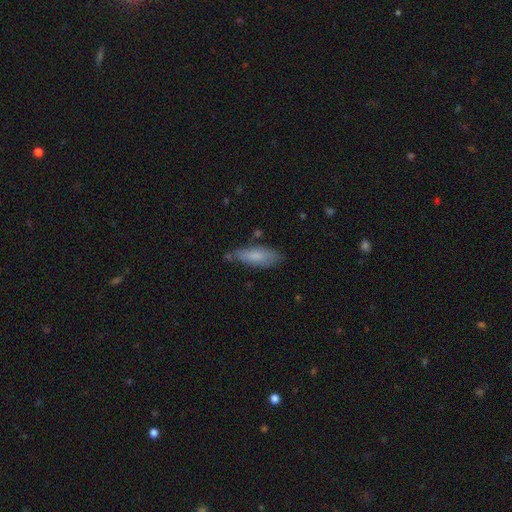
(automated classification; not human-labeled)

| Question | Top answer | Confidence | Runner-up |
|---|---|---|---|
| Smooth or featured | smooth | 77% | featured or disk (17%) |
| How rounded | in between | 55% | cigar-shaped (43%) |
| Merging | none | 66% | minor disturbance (25%) |